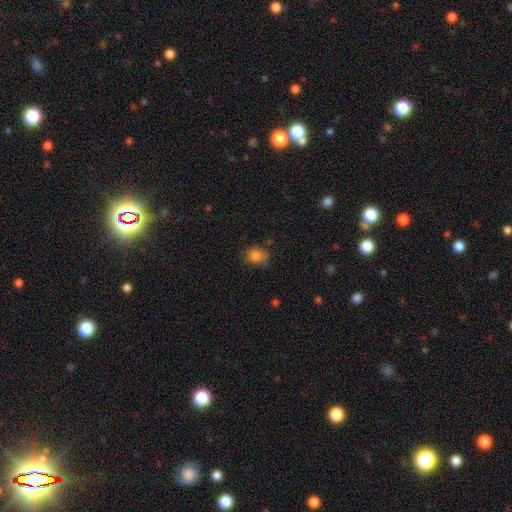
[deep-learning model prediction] A smooth galaxy with no disk features (81%) that is round (55%).

Vote fractions:
- Smooth or featured? smooth: 81% / star or artifact: 11% / featured or disk: 7%
- How rounded? round: 55% / in between: 44% / cigar-shaped: 1%
- Merging? none: 72% / minor disturbance: 21% / major disturbance: 4% / merger: 2%